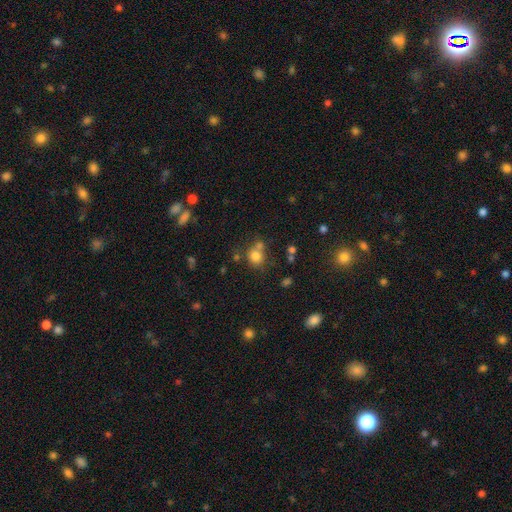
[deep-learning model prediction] smooth_or_featured: smooth (p=0.78) [alt: star or artifact p=0.14]
how_rounded: round (p=0.79) [alt: in between p=0.20]
merging: none (p=0.56) [alt: merger p=0.26]